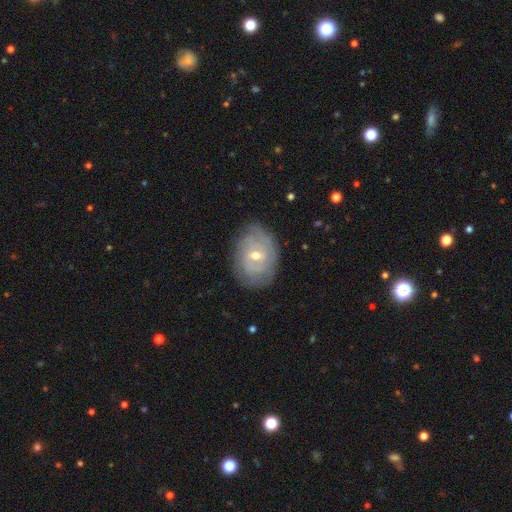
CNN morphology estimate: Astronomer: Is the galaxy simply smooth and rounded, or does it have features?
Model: featured or disk — 69%.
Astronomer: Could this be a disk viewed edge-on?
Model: no — 95%.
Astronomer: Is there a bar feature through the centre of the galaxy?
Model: no — 46% (runner-up: weak, 44%).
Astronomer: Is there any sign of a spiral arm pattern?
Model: yes — 75%.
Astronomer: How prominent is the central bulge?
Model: moderate — 54% (runner-up: small, 43%).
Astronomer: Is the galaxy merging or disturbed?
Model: none — 75%.